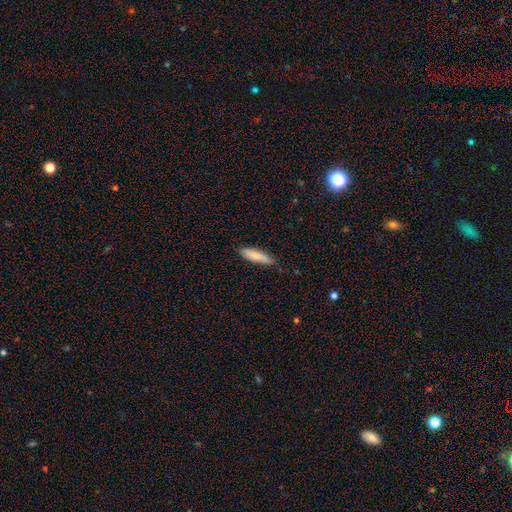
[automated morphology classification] Overall: smooth (84%). How rounded: cigar-shaped (66%; in between 33%). Merging: none (81%).